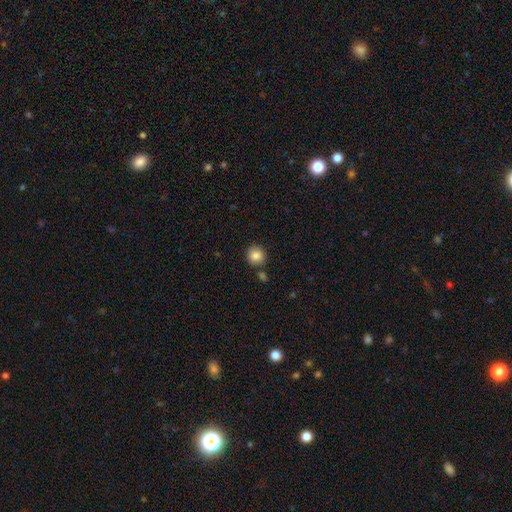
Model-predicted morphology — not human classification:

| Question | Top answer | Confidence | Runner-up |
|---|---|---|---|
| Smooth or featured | smooth | 86% | star or artifact (9%) |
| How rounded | round | 91% | in between (8%) |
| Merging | none | 81% | minor disturbance (9%) |